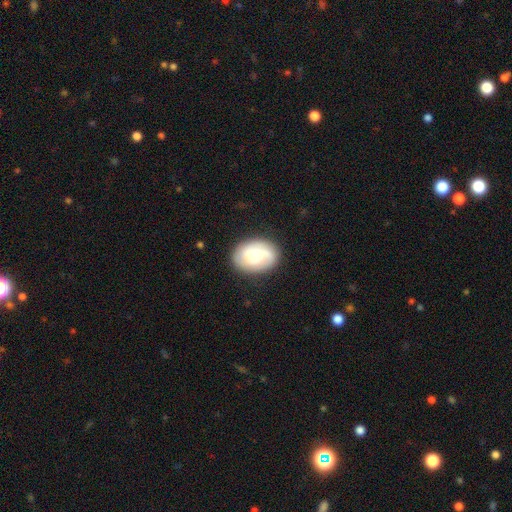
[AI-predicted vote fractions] Q: Smooth or featured?
A: featured or disk (52%); runner-up: smooth (41%)
Q: Edge-on disk?
A: no (96%); runner-up: yes (4%)
Q: Bar?
A: no (63%); runner-up: weak (31%)
Q: Spiral arms?
A: yes (85%); runner-up: no (15%)
Q: Bulge size?
A: moderate (59%); runner-up: small (26%)
Q: Merging?
A: none (82%); runner-up: minor disturbance (12%)